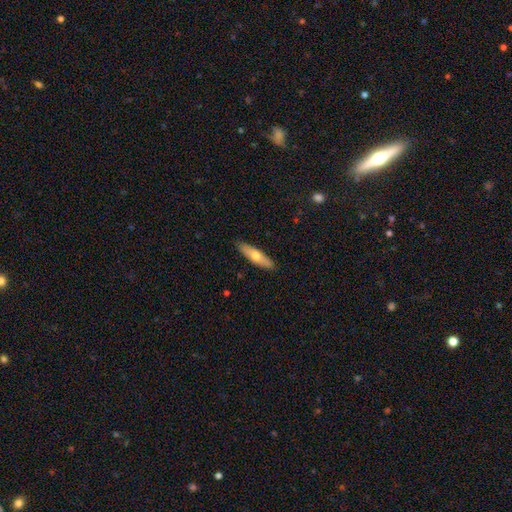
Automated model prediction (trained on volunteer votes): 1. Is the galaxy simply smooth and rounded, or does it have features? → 60% smooth, 35% featured or disk, 6% star or artifact.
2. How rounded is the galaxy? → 62% cigar-shaped, 36% in between, 2% round.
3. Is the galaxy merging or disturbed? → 88% none, 9% minor disturbance, 2% major disturbance, 1% merger.